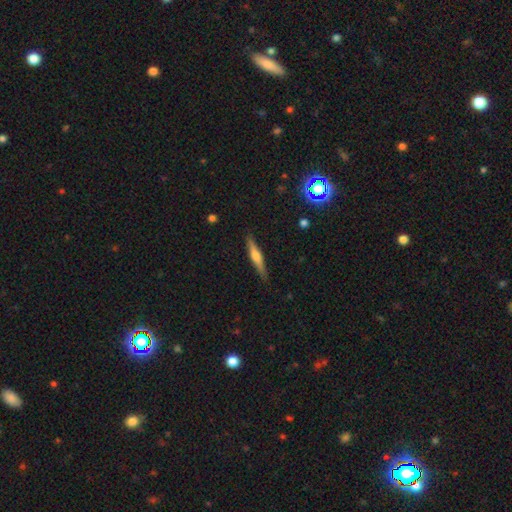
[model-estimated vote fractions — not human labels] Smooth or featured?
  - featured or disk: 55% *
  - smooth: 38%
  - star or artifact: 7%
Edge-on disk?
  - yes: 97% *
  - no: 3%
Edge-on bulge?
  - rounded: 77% *
  - boxy: 13%
  - none: 10%
Merging?
  - none: 88% *
  - minor disturbance: 9%
  - major disturbance: 2%
  - merger: 1%